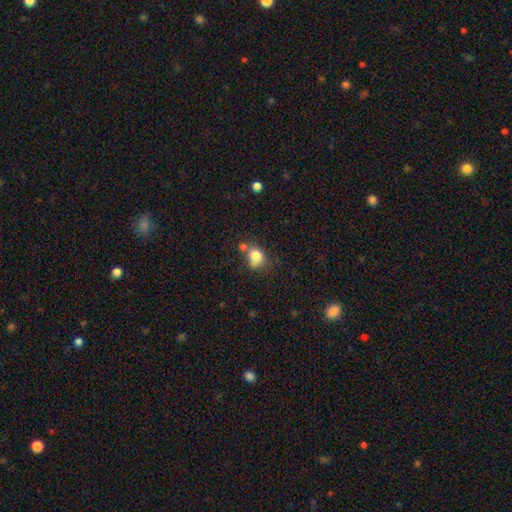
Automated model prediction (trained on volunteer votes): smooth-or-featured: smooth: 79% | star or artifact: 11% | featured or disk: 10%
  how-rounded: round: 62% | in between: 37% | cigar-shaped: 1%
  merging: none: 45% | merger: 26% | minor disturbance: 20% | major disturbance: 8%